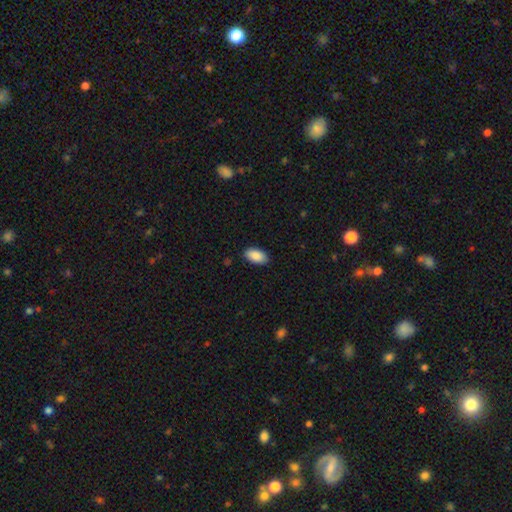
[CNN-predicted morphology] Smooth or featured: smooth — 90% (star or artifact — 6%)
How rounded: in between — 95% (round — 3%)
Merging: none — 87% (minor disturbance — 10%)